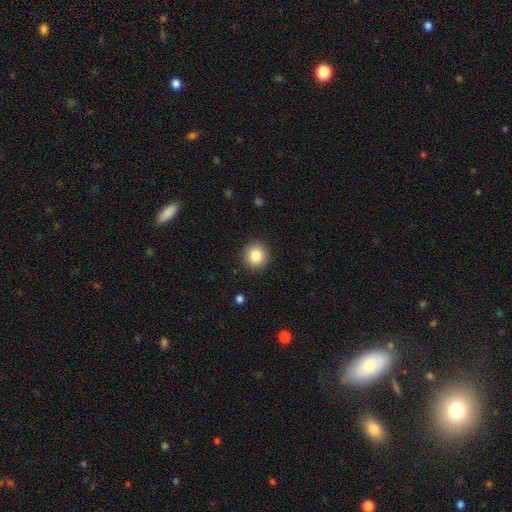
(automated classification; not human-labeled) Q: Smooth or featured?
A: smooth (85%); runner-up: star or artifact (10%)
Q: How rounded?
A: round (92%); runner-up: in between (7%)
Q: Merging?
A: none (91%); runner-up: minor disturbance (6%)